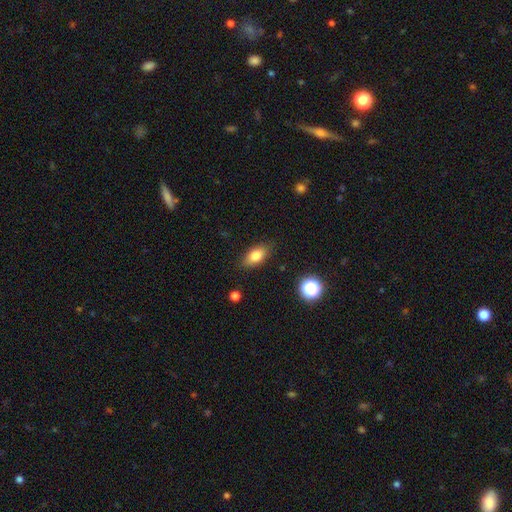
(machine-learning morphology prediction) Smooth or featured: smooth — 81% (featured or disk — 10%)
How rounded: in between — 86% (round — 8%)
Merging: none — 85% (minor disturbance — 11%)